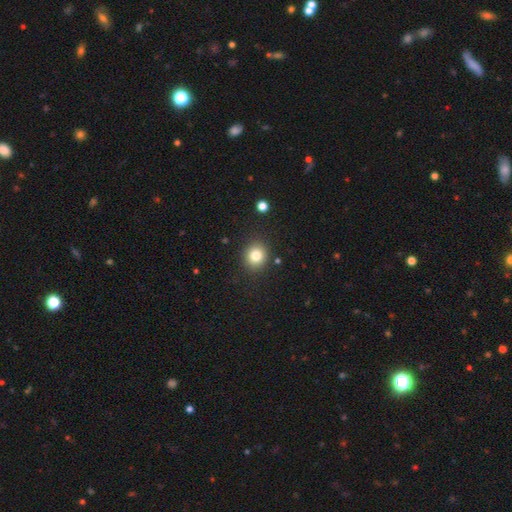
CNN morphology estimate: type=smooth (81%); roundness=round (83%); merging=none (89%).